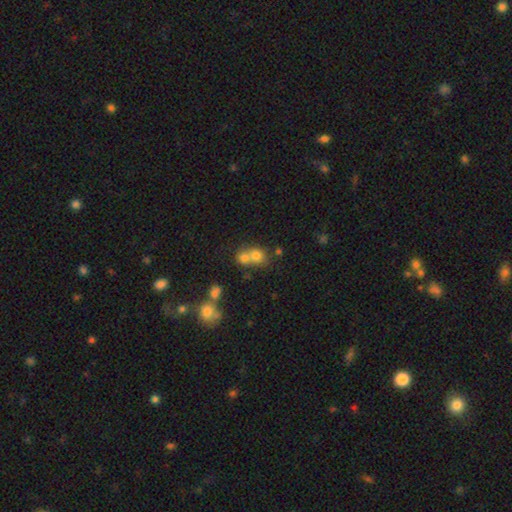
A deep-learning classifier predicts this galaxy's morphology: Q: Smooth or featured?
A: smooth (71%); runner-up: featured or disk (15%)
Q: How rounded?
A: round (75%); runner-up: in between (24%)
Q: Merging?
A: merger (59%); runner-up: none (32%)